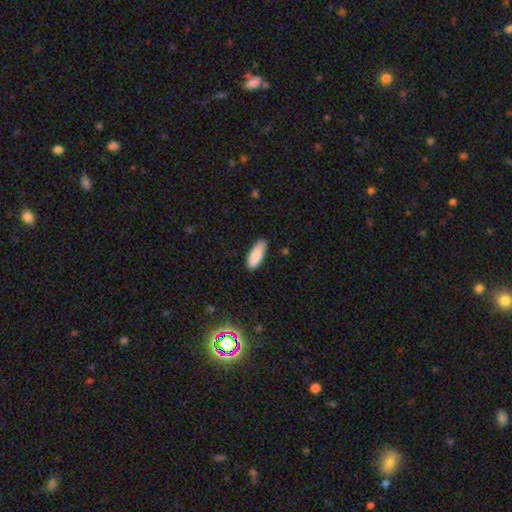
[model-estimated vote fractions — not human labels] Overall: smooth (88%). How rounded: in between (73%). Merging: none (84%).